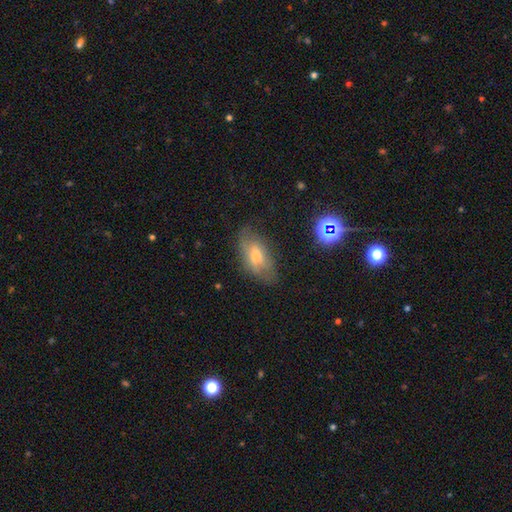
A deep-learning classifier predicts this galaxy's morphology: Overall: smooth (54%; featured or disk 34%). How rounded: in between (87%). Merging: none (69%).